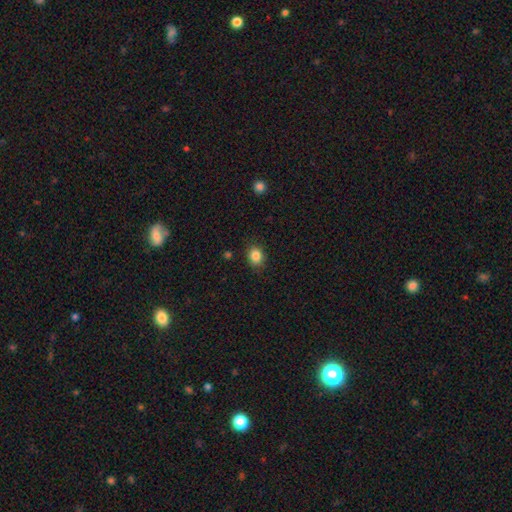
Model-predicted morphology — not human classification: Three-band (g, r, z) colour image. It shows a smooth galaxy with no disk features (85%) that is in between round and cigar-shaped (52%). Merging: none (86%).